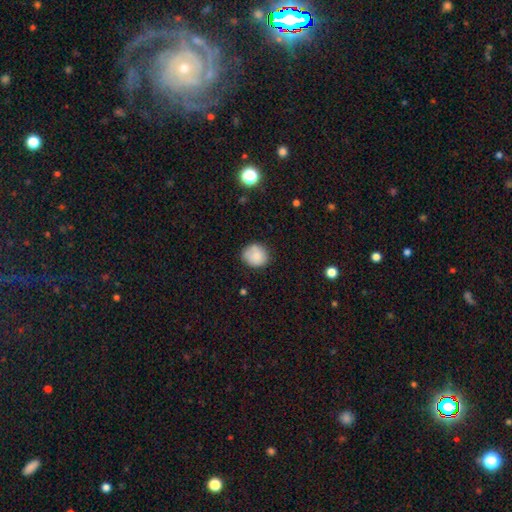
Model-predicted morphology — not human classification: Smooth or featured? smooth (81%)
How rounded? round (86%)
Merging? none (76%)